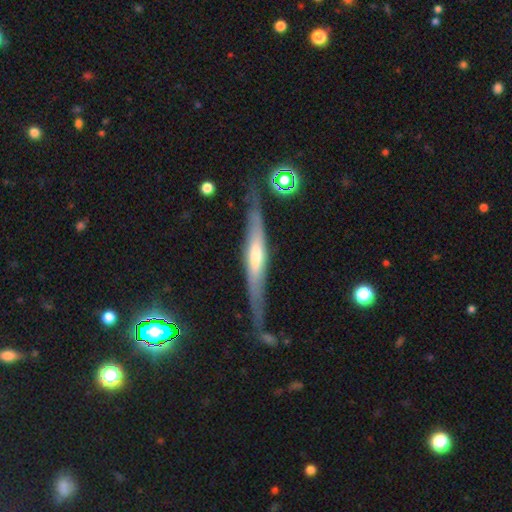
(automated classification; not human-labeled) This is likely a featured or disk galaxy (72%). It is clearly viewed edge-on (90%). Edge-on bulge: possibly rounded (57%). Merging: likely none (71%).